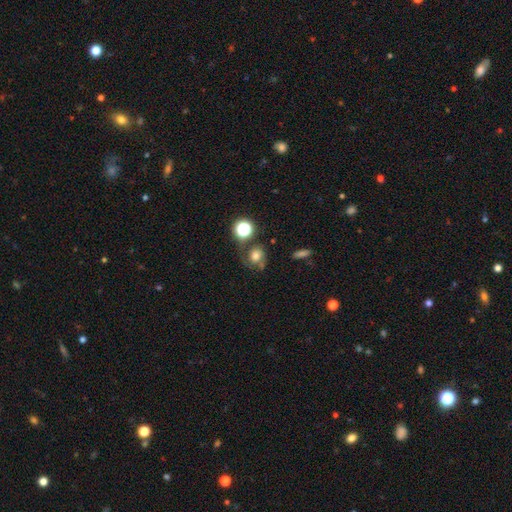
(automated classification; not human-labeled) Overall: smooth (61%; featured or disk 22%). How rounded: round (75%). Merging: none (50%; minor disturbance 20%).